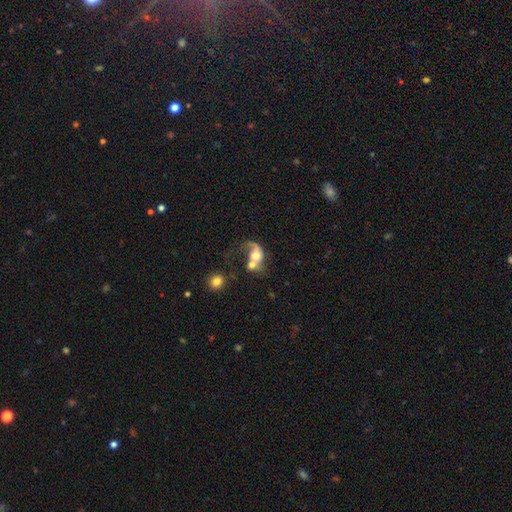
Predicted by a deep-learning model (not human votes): Smooth or featured? featured or disk (56%)
Edge-on disk? no (97%)
Bar? no (72%)
Spiral arms? yes (75%)
Bulge size? moderate (49%)
Merging? merger (53%)